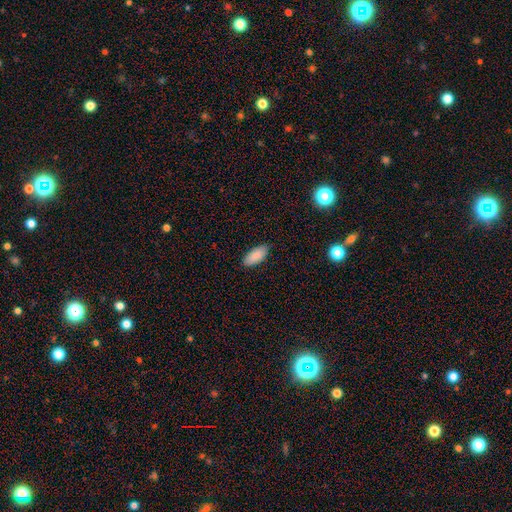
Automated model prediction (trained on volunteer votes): Morphology: type=smooth (89%); roundness=in between (88%); merging=none (85%).